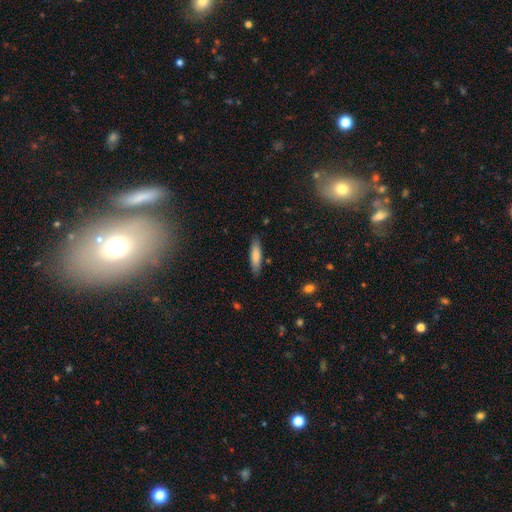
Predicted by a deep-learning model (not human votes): Morphology: type=smooth (79%); roundness=cigar-shaped (73%); merging=none (86%).